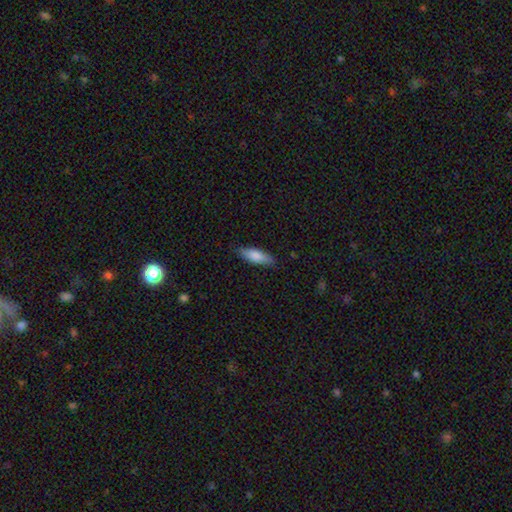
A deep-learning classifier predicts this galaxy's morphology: Smooth or featured? Predicted: smooth (p=0.80). How rounded? Predicted: in between (p=0.55). Merging? Predicted: none (p=0.83).